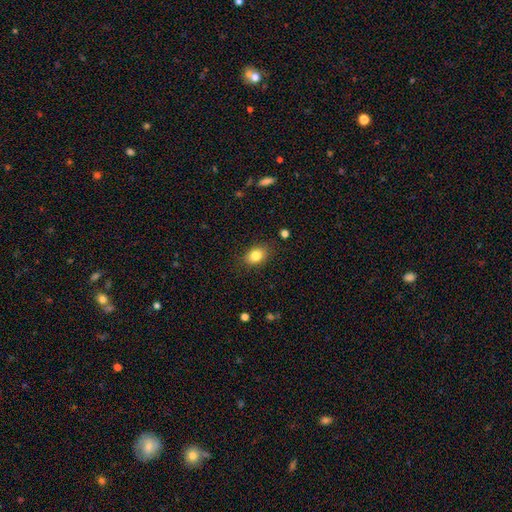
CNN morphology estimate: Smooth or featured? Predicted: smooth (p=0.83). How rounded? Predicted: in between (p=0.74). Merging? Predicted: none (p=0.83).